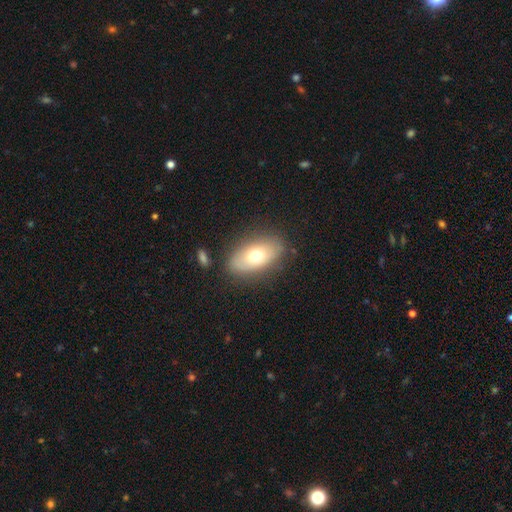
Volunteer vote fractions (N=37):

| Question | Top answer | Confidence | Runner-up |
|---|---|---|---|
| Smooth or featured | smooth | 62% | featured or disk (38%) |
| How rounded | in between | 87% | round (13%) |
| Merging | none | 86% | minor disturbance (14%) |